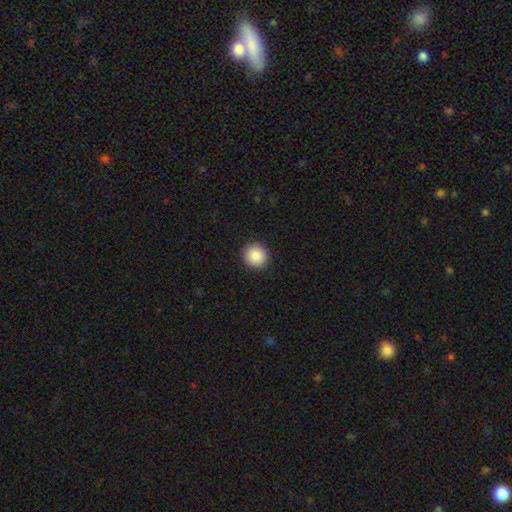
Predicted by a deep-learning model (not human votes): Morphology: type=smooth (89%); roundness=round (94%); merging=none (93%).